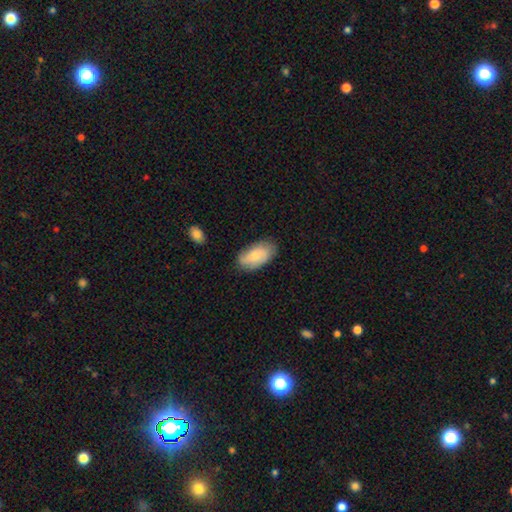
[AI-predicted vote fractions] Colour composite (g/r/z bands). It shows a smooth galaxy with no disk features (61%) that is in between round and cigar-shaped (93%). Merging: none (73%).